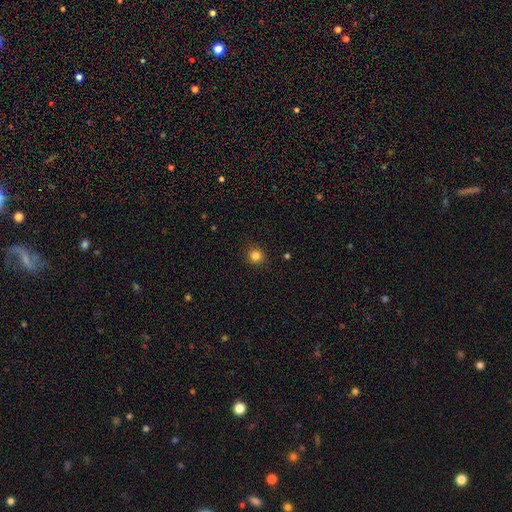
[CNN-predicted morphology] Smooth or featured? smooth (84%)
How rounded? round (94%)
Merging? none (91%)